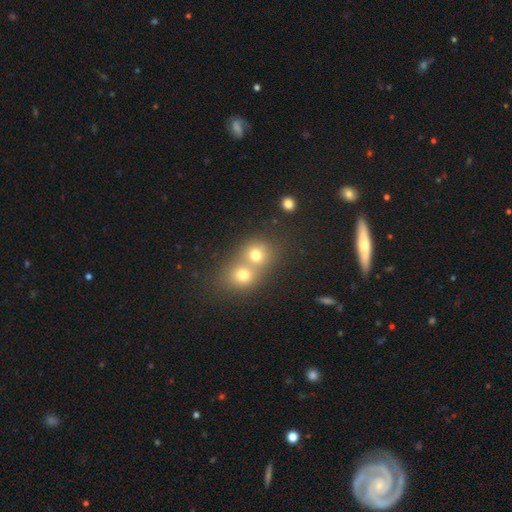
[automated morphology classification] A smooth galaxy with no disk features (67%) that is round (80%). Merging: merger (57%).